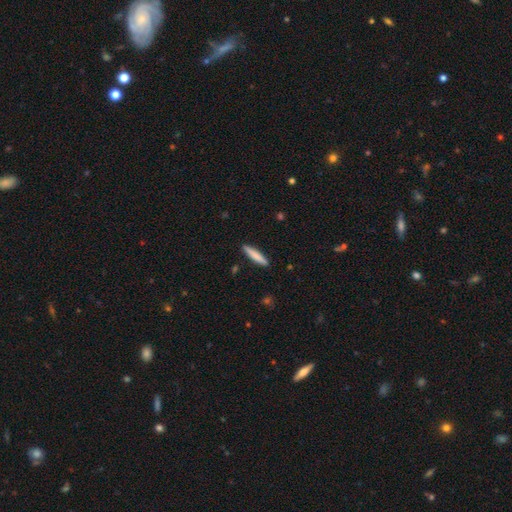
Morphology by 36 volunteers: Smooth or featured? 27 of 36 (75%) said smooth. How rounded? 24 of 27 (89%) said cigar-shaped. Merging? 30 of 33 (91%) said none.